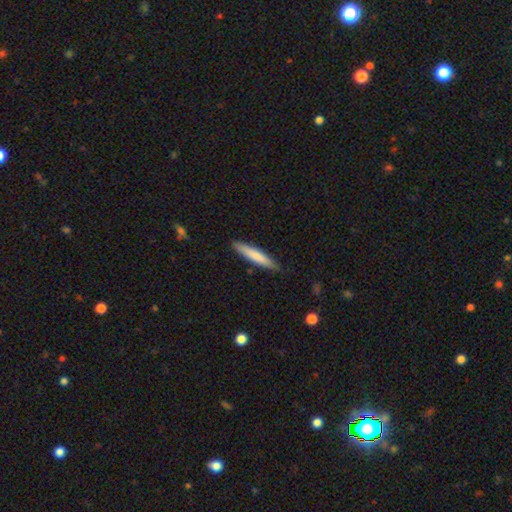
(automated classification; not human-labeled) A smooth galaxy with no disk features (74%) that is cigar-shaped (89%).

Vote fractions:
- Smooth or featured? smooth: 74% / featured or disk: 20% / star or artifact: 5%
- How rounded? cigar-shaped: 89% / in between: 9% / round: 1%
- Merging? none: 85% / minor disturbance: 12% / major disturbance: 2% / merger: 1%